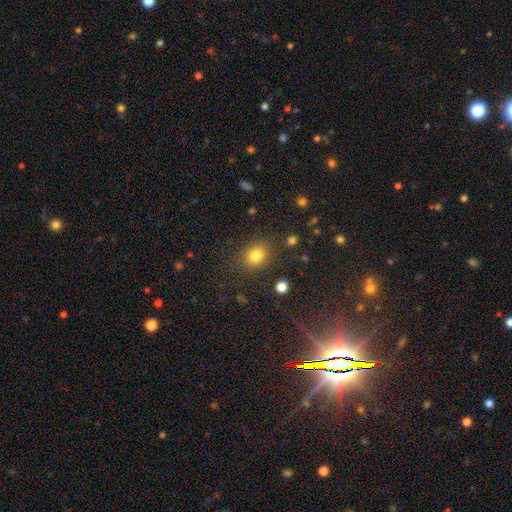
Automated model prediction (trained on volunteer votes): A smooth galaxy with no disk features (81%) that is round (59%).

Vote fractions:
- Smooth or featured? smooth: 81% / star or artifact: 12% / featured or disk: 7%
- How rounded? round: 59% / in between: 40% / cigar-shaped: 1%
- Merging? none: 81% / minor disturbance: 11% / major disturbance: 5% / merger: 3%